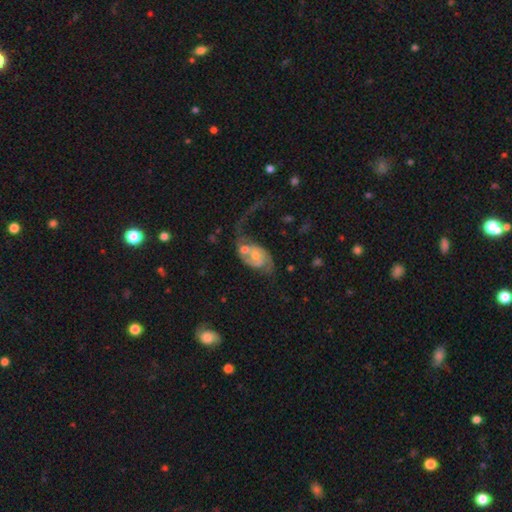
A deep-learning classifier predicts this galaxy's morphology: featured or disk 76%, smooth 18%, star or artifact 6%. Down the decision tree: edge-on disk — no (97%); bar — no (65%); spiral arms — yes (88%); spiral arm count — 2 (75%); spiral winding — loose (57%); bulge size — moderate (54%); merging — merger (41%).